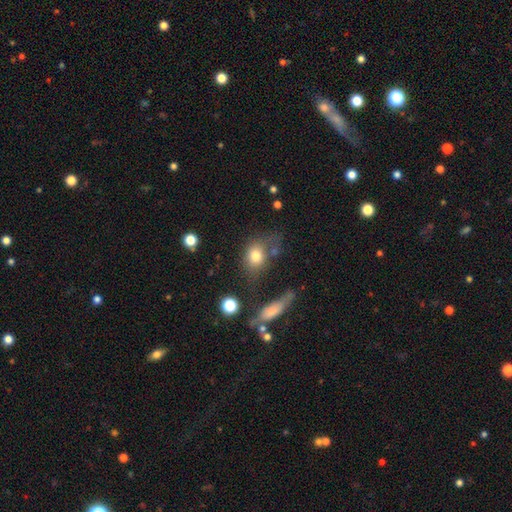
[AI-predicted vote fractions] Overall: smooth (76%). How rounded: in between (55%; round 42%). Merging: none (51%; minor disturbance 20%).